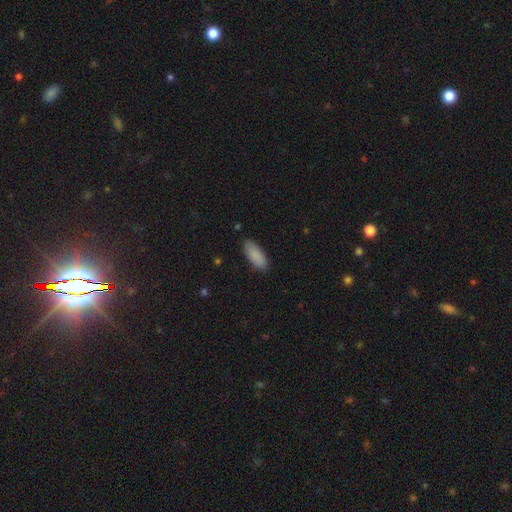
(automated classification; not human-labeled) Smooth or featured? smooth (89%)
How rounded? in between (79%)
Merging? none (85%)